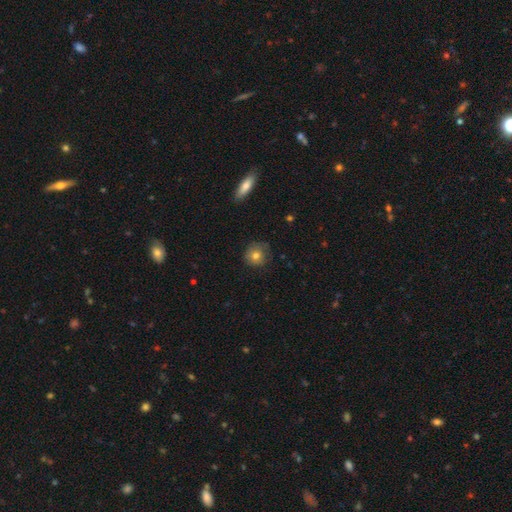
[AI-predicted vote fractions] Smooth or featured? smooth (76%)
How rounded? round (91%)
Merging? none (76%)